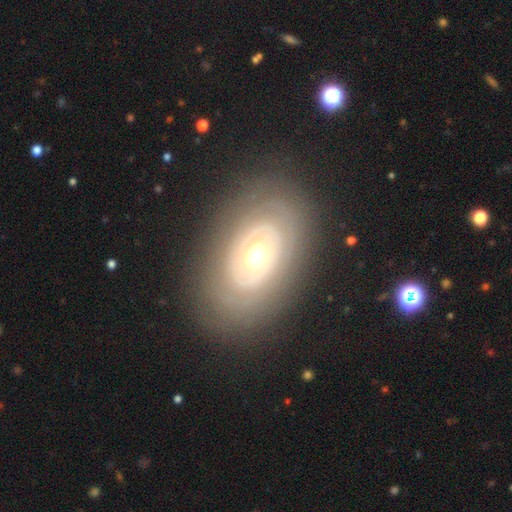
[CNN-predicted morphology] smooth-or-featured: featured or disk: 72% | smooth: 23% | star or artifact: 5%
  disk-edge-on: no: 94% | yes: 6%
    bar: no: 87% | weak: 9% | strong: 4%
    has-spiral-arms: no: 62% | yes: 38%
    bulge-size: moderate: 70% | small: 18% | large: 10% | dominant: 1% | none: 1%
  merging: none: 82% | minor disturbance: 11% | major disturbance: 5% | merger: 1%